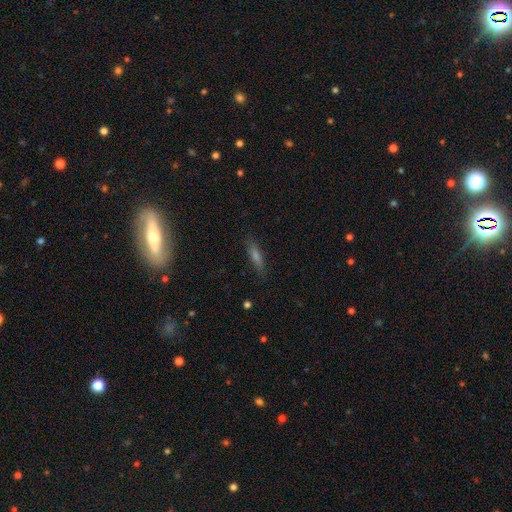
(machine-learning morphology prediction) Overall: smooth (51%; featured or disk 34%). How rounded: cigar-shaped (77%). Merging: none (84%).